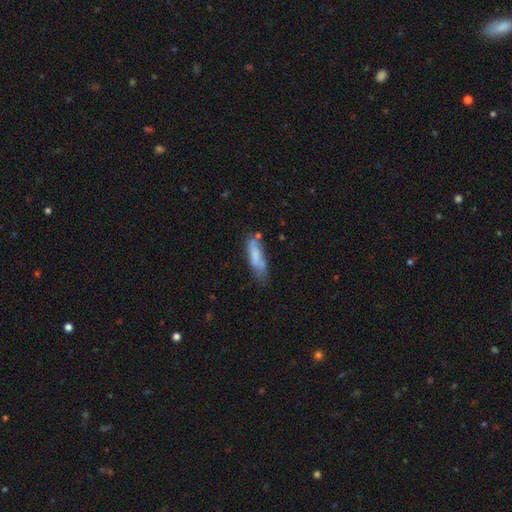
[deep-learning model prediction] Smooth or featured? smooth (69%)
How rounded? cigar-shaped (58%)
Merging? none (49%)